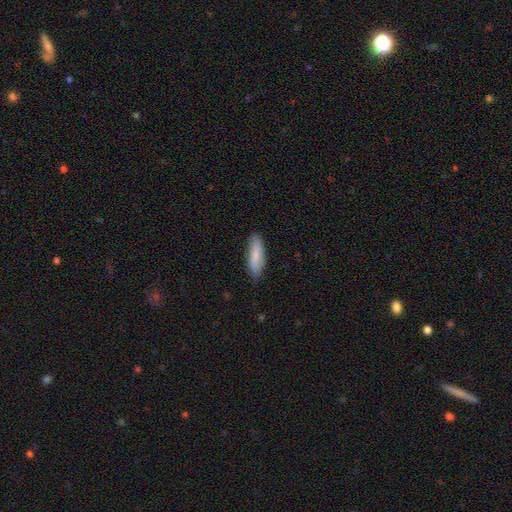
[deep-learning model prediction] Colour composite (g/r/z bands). It shows a smooth galaxy with no disk features (83%) that is in between round and cigar-shaped (51%). Merging: none (82%).